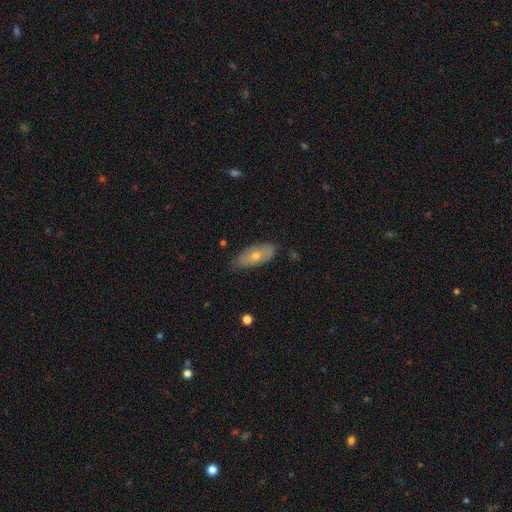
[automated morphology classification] Smooth or featured? Predicted: smooth (p=0.48). Merging? Predicted: none (p=0.76).